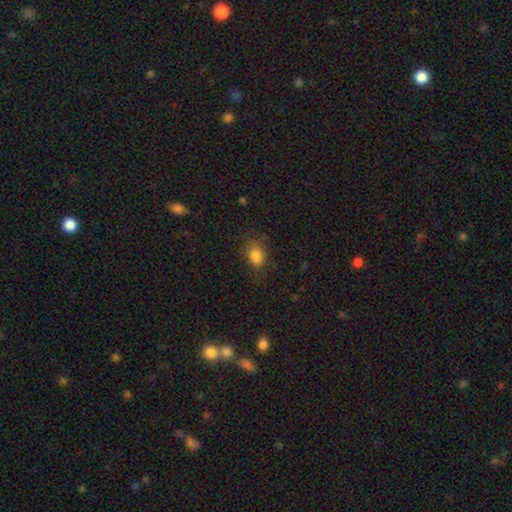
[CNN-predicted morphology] Smooth or featured? Predicted: smooth (p=0.81). How rounded? Predicted: in between (p=0.75). Merging? Predicted: none (p=0.66).